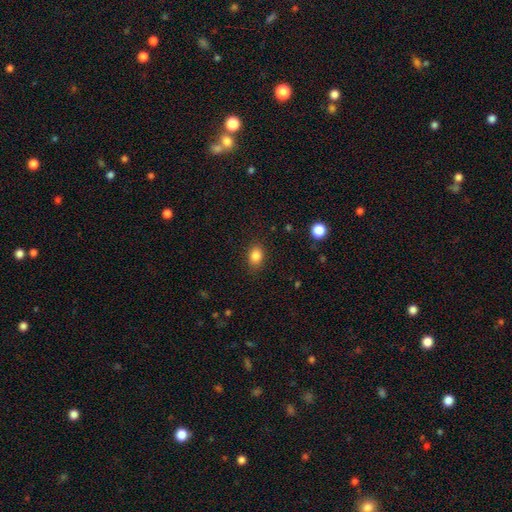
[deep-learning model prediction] Smooth or featured? Predicted: smooth (p=0.85). How rounded? Predicted: in between (p=0.67). Merging? Predicted: none (p=0.86).